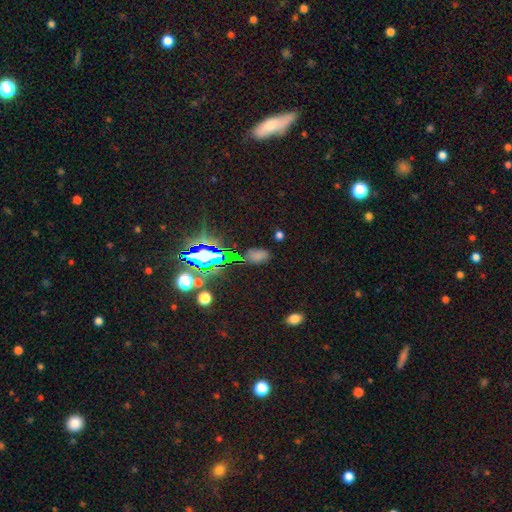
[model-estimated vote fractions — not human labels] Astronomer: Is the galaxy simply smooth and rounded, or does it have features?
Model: smooth — 52% (runner-up: star or artifact, 38%).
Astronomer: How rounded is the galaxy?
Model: in between — 83%.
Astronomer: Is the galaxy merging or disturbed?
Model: none — 70%.